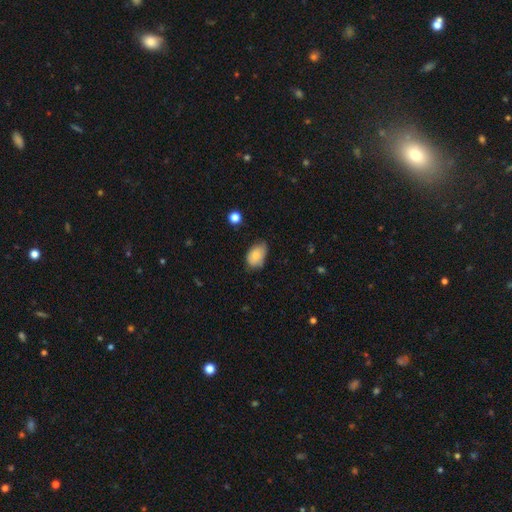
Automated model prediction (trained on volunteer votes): Smooth or featured?
  - smooth: 78% *
  - featured or disk: 14%
  - star or artifact: 8%
How rounded?
  - in between: 84% *
  - round: 15%
  - cigar-shaped: 1%
Merging?
  - none: 51% *
  - minor disturbance: 40%
  - major disturbance: 7%
  - merger: 2%